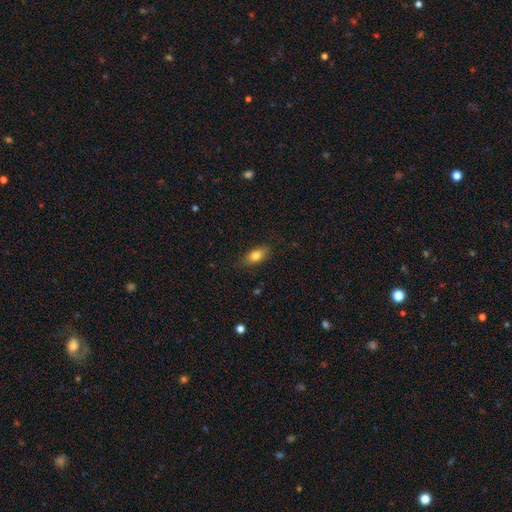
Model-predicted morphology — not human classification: This is likely a smooth galaxy (77%). How rounded: clearly in between (81%). Merging: clearly none (81%).